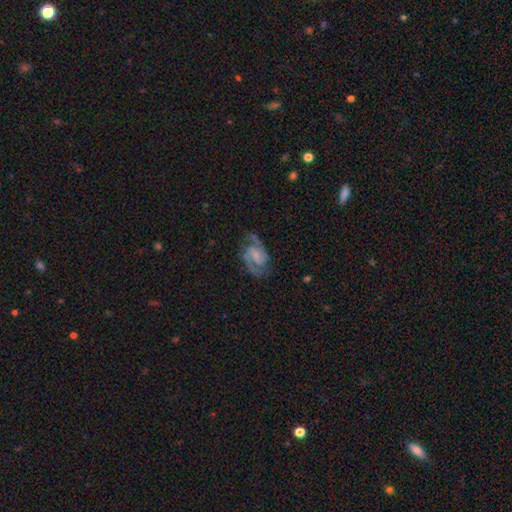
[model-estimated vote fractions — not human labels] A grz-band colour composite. It shows a featured or disk galaxy (86%) with a weak bar (47%), 2 (90%) medium (57%) spiral arms (97%) and no central bulge (42%). Merging: none (70%).